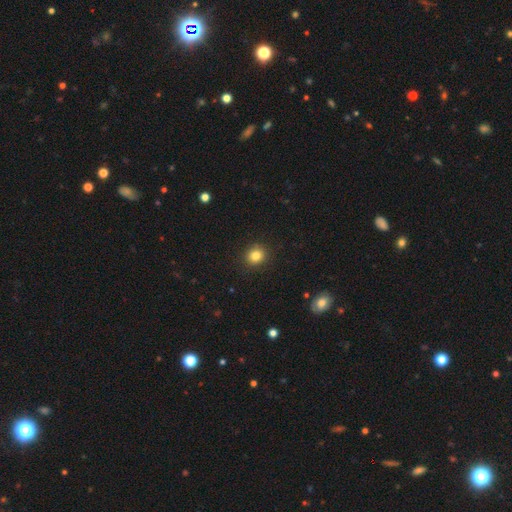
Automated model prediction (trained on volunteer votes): Smooth or featured: smooth — 83% (star or artifact — 11%)
How rounded: round — 84% (in between — 15%)
Merging: none — 91% (minor disturbance — 6%)